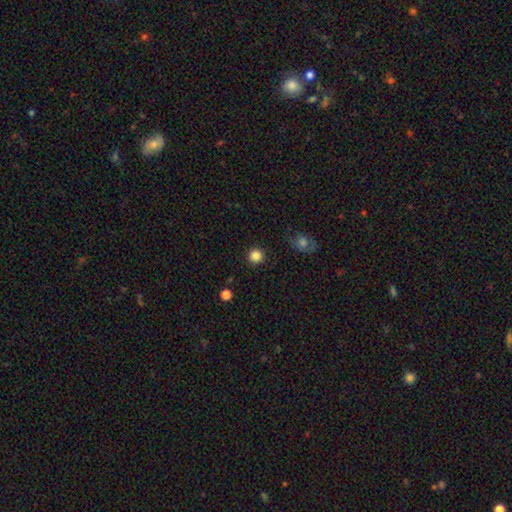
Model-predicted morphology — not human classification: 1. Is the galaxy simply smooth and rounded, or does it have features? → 85% smooth, 11% star or artifact, 4% featured or disk.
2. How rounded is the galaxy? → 95% round, 4% in between, 1% cigar-shaped.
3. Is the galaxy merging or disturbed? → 91% none, 5% minor disturbance, 2% major disturbance, 1% merger.